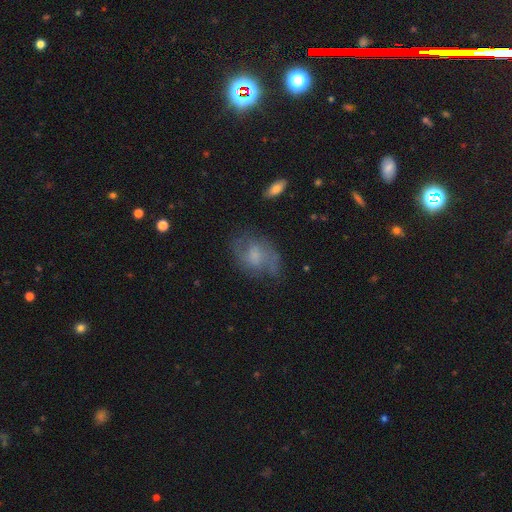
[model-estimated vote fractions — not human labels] A featured or disk galaxy (58%) with no bar (61%), spiral arms (79%) and a small central bulge (32%).

Vote fractions:
- Smooth or featured? featured or disk: 58% / smooth: 33% / star or artifact: 10%
- Edge-on disk? no: 96% / yes: 4%
- Bar? no: 61% / weak: 34% / strong: 5%
- Spiral arms? yes: 79% / no: 21%
- Bulge size? small: 32% / moderate: 29% / none: 28% / large: 10% / dominant: 2%
- Merging? none: 60% / minor disturbance: 24% / major disturbance: 14% / merger: 2%